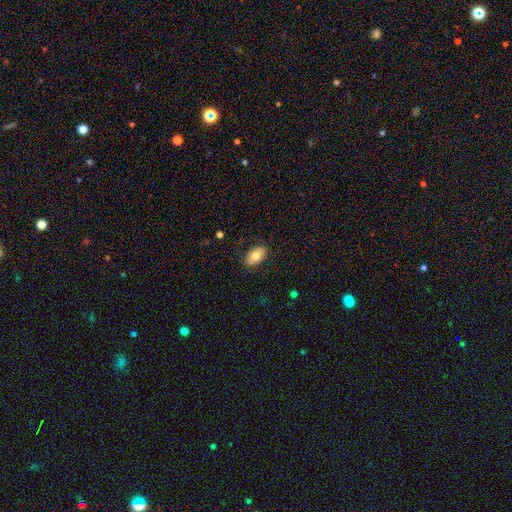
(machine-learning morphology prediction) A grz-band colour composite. It shows a smooth galaxy with no disk features (78%) that is in between round and cigar-shaped (92%). Merging: none (87%).